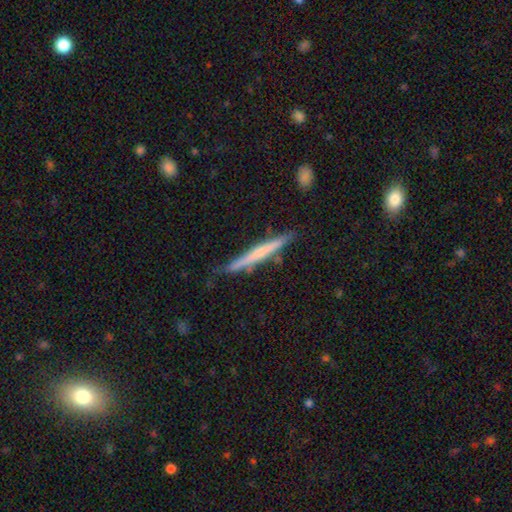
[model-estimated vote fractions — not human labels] featured or disk 52%, smooth 41%, star or artifact 7%. Down the decision tree: edge-on disk — yes (97%); edge-on bulge — none (67%); merging — none (85%).